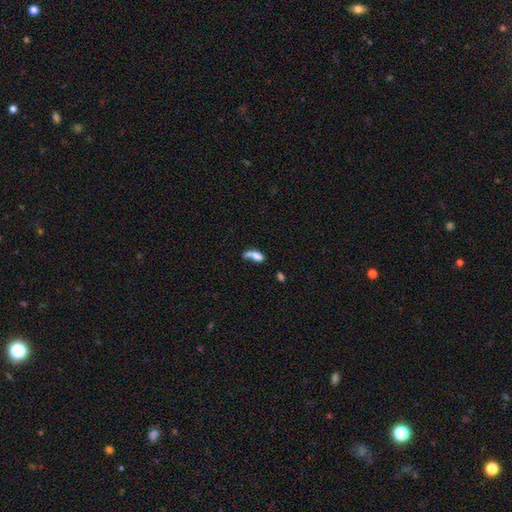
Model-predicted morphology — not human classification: type=smooth (70%); roundness=in between (73%); merging=merger (38%).